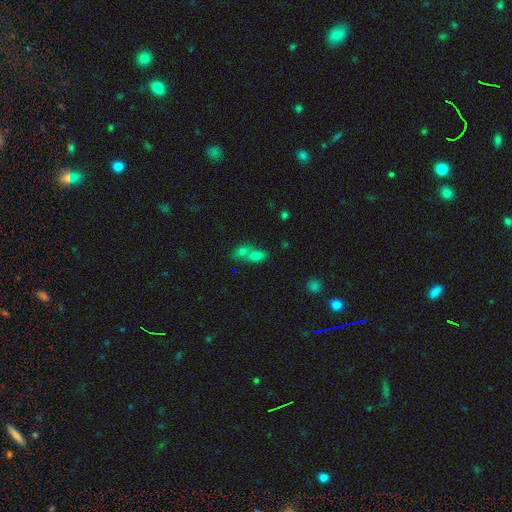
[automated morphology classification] Smooth or featured?
  - smooth: 73% *
  - featured or disk: 14%
  - star or artifact: 13%
How rounded?
  - in between: 76% *
  - round: 20%
  - cigar-shaped: 4%
Merging?
  - merger: 68% *
  - none: 22%
  - minor disturbance: 6%
  - major disturbance: 4%